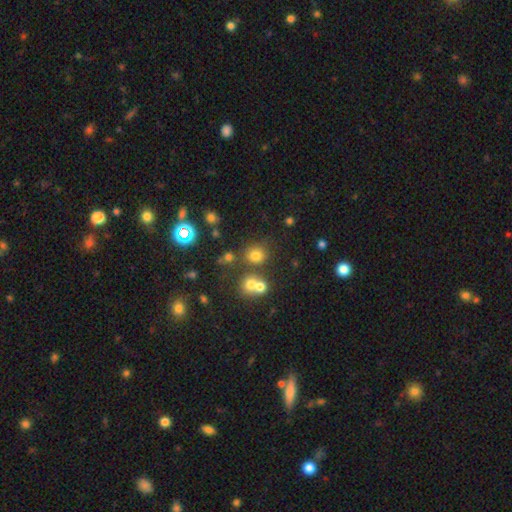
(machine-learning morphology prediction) Smooth or featured?
  - smooth: 72% *
  - star or artifact: 20%
  - featured or disk: 8%
How rounded?
  - round: 84% *
  - in between: 15%
  - cigar-shaped: 1%
Merging?
  - none: 68% *
  - merger: 18%
  - minor disturbance: 10%
  - major disturbance: 4%